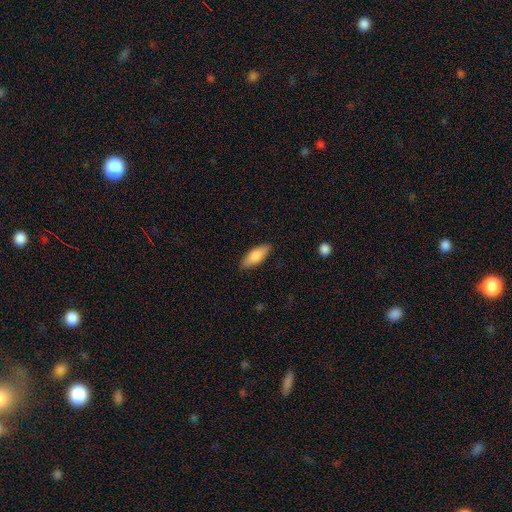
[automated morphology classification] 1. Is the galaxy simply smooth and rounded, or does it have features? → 83% smooth, 12% featured or disk, 6% star or artifact.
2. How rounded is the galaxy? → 75% in between, 23% cigar-shaped, 2% round.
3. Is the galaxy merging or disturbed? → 87% none, 10% minor disturbance, 2% major disturbance, 1% merger.